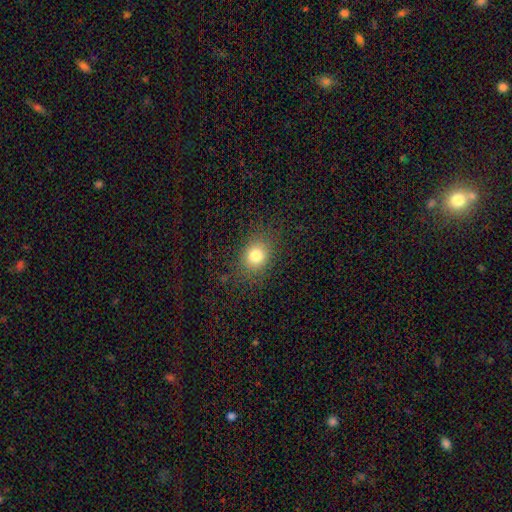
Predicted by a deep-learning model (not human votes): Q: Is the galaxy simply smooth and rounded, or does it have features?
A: smooth — 79%.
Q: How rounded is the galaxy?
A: round — 56%.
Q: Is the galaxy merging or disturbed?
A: none — 82%.